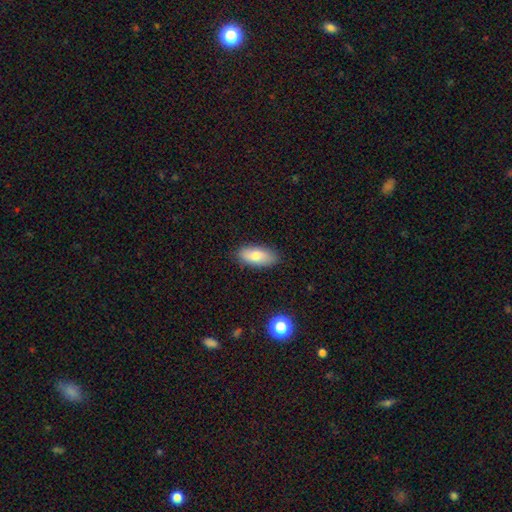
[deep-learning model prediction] Smooth or featured: smooth — 77% (featured or disk — 16%)
How rounded: in between — 87% (cigar-shaped — 10%)
Merging: none — 87% (minor disturbance — 10%)